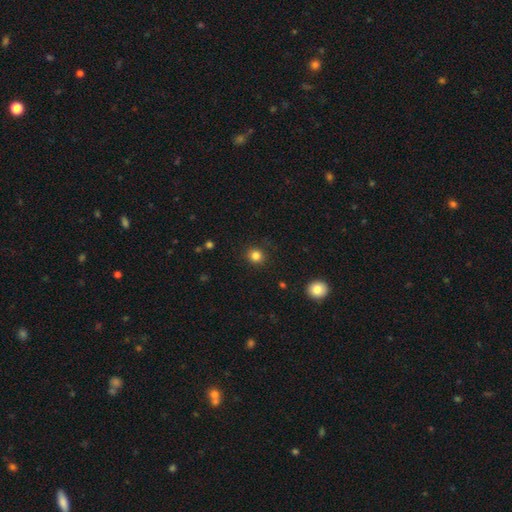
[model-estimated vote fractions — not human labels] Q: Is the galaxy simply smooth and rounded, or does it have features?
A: smooth — 83%.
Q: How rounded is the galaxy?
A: round — 90%.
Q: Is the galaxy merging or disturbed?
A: none — 90%.